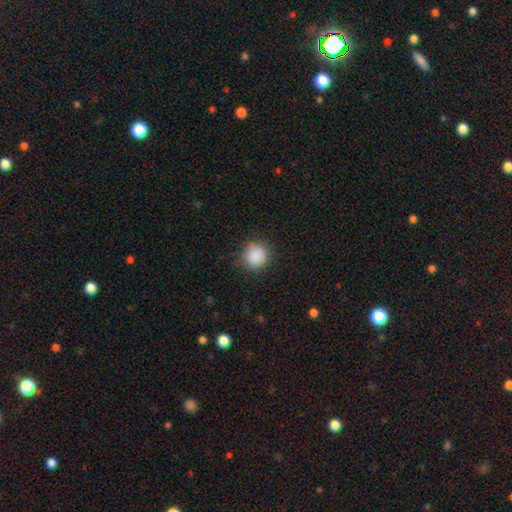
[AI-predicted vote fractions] smooth_or_featured: smooth (p=0.88) [alt: star or artifact p=0.09]
how_rounded: round (p=0.90) [alt: in between p=0.09]
merging: none (p=0.85) [alt: minor disturbance p=0.10]